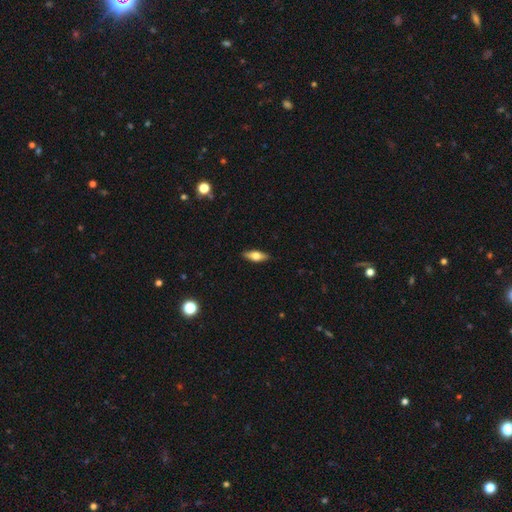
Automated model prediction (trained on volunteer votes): This appears to be a smooth galaxy with no disk features (61%) that is in between round and cigar-shaped (66%). Merging: none (89%).